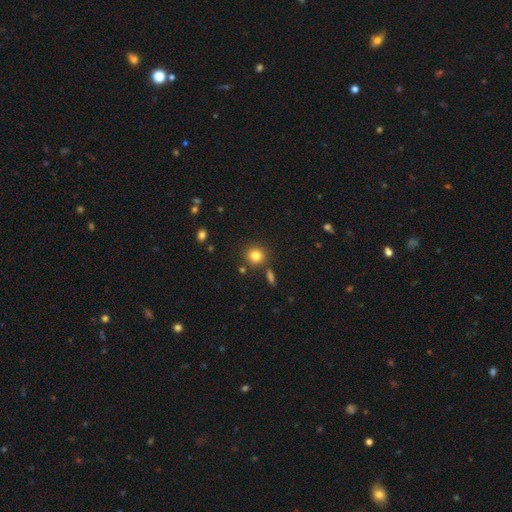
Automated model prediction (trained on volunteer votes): Smooth or featured? smooth (82%)
How rounded? round (88%)
Merging? none (83%)